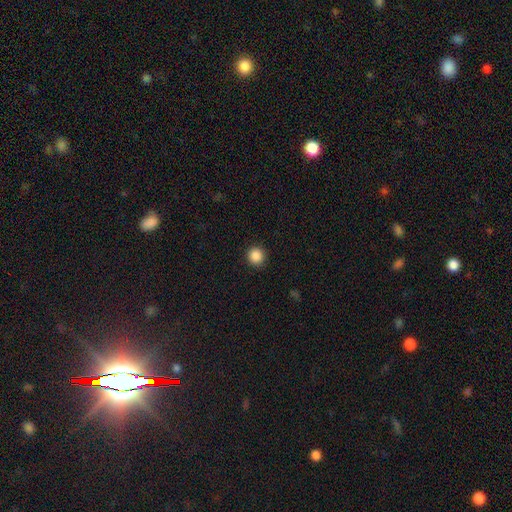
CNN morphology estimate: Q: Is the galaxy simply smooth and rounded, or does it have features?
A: smooth — 87%.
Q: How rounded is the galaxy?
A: round — 94%.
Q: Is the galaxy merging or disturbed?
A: none — 92%.